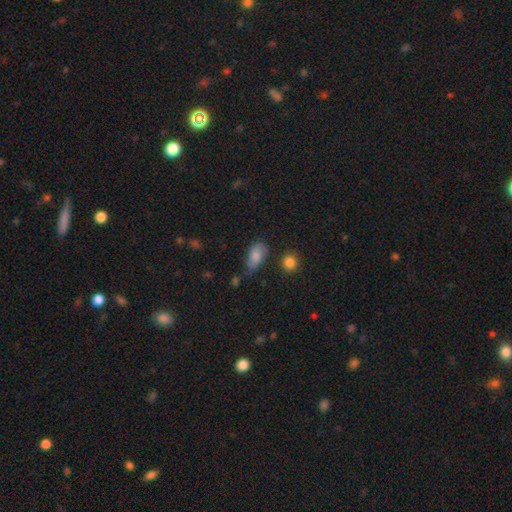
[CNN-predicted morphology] smooth_or_featured: smooth (p=0.77) [alt: featured or disk p=0.15]
how_rounded: in between (p=0.90) [alt: round p=0.06]
merging: none (p=0.57) [alt: minor disturbance p=0.31]